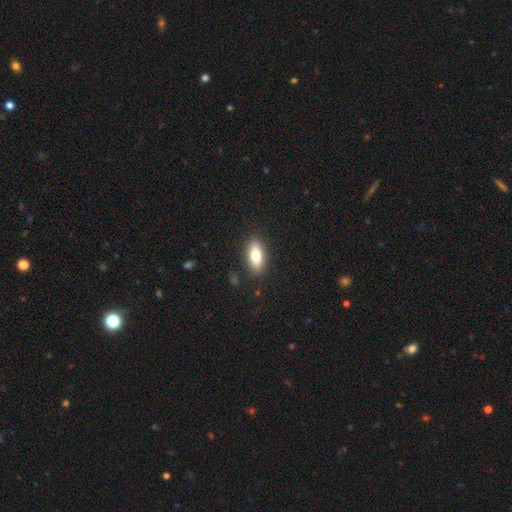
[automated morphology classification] Smooth or featured? Predicted: smooth (p=0.75). How rounded? Predicted: in between (p=0.85). Merging? Predicted: none (p=0.87).